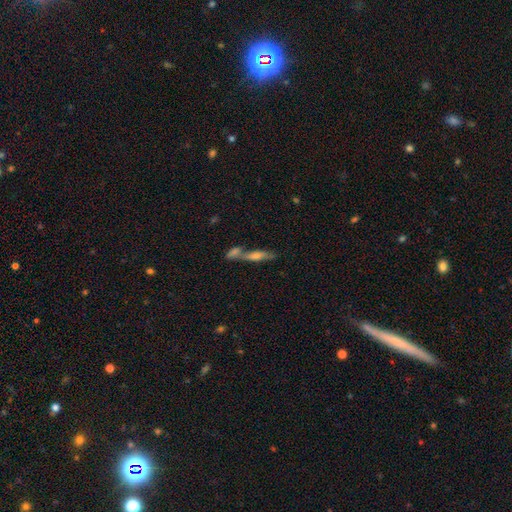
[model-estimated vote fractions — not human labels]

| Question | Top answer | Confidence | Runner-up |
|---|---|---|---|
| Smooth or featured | featured or disk | 54% | smooth (36%) |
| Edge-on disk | yes | 78% | no (22%) |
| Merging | none | 44% | merger (42%) |